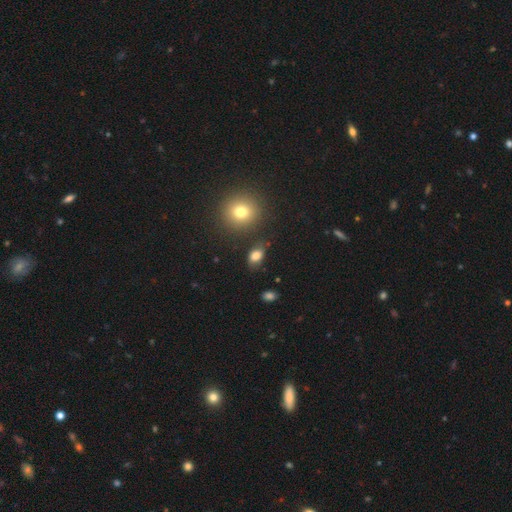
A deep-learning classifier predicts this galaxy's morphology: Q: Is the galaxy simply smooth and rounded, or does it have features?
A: smooth — 80%.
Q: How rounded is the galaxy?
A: in between — 83%.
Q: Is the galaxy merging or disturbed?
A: none — 75%.